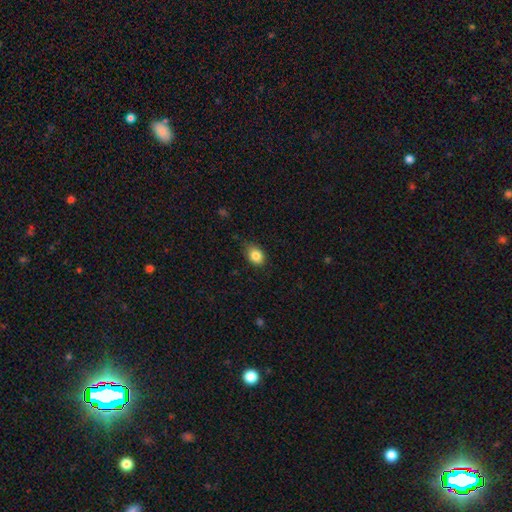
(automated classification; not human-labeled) smooth-or-featured: smooth: 85% | star or artifact: 9% | featured or disk: 6%
  how-rounded: in between: 65% | round: 34% | cigar-shaped: 1%
  merging: none: 75% | minor disturbance: 20% | major disturbance: 3% | merger: 1%